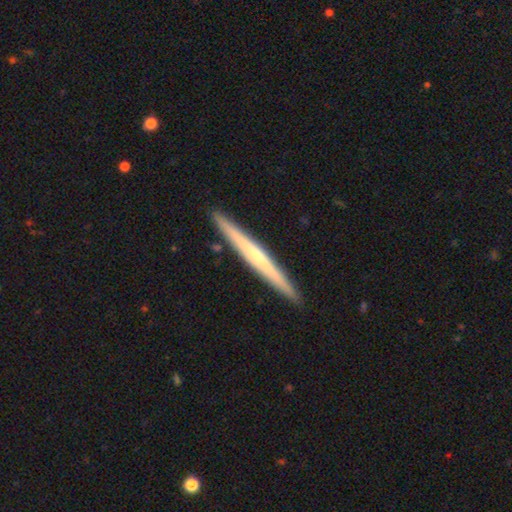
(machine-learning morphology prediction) Smooth or featured?
  - featured or disk: 59% *
  - smooth: 36%
  - star or artifact: 5%
Edge-on disk?
  - yes: 98% *
  - no: 2%
Edge-on bulge?
  - none: 65% *
  - rounded: 28%
  - boxy: 7%
Merging?
  - none: 92% *
  - minor disturbance: 6%
  - merger: 1%
  - major disturbance: 1%